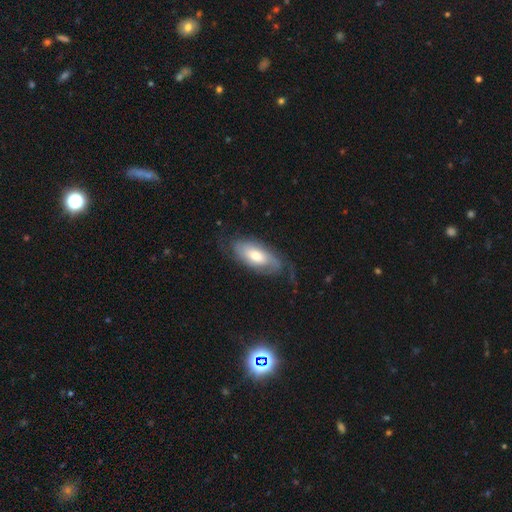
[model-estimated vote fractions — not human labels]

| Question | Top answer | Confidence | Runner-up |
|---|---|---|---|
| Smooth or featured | featured or disk | 59% | smooth (36%) |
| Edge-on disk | no | 88% | yes (12%) |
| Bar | no | 66% | weak (26%) |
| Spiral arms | yes | 82% | no (18%) |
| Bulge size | moderate | 64% | small (20%) |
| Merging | none | 62% | minor disturbance (22%) |